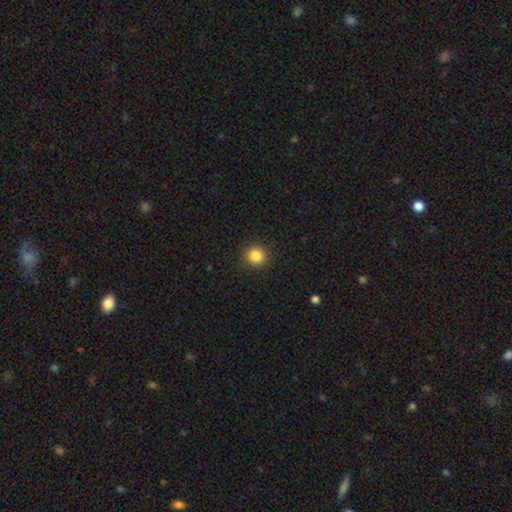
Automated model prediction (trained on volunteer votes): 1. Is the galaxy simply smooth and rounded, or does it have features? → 85% smooth, 10% star or artifact, 4% featured or disk.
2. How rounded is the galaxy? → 91% round, 8% in between, 1% cigar-shaped.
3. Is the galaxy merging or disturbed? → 91% none, 6% minor disturbance, 2% major disturbance, 1% merger.